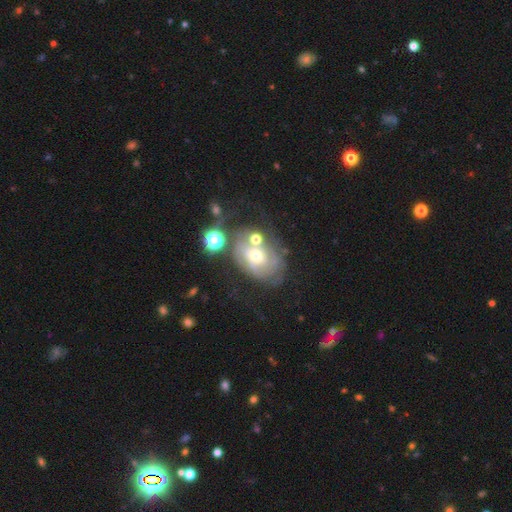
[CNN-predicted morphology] Overall: featured or disk (71%). Edge-on disk: no (96%). Bar: no (73%). Spiral arms: yes (79%). Spiral arm count: can't tell (46%; 2 26%). Spiral winding: tight (61%; medium 28%). Bulge size: moderate (69%). Merging: none (47%; minor disturbance 19%).